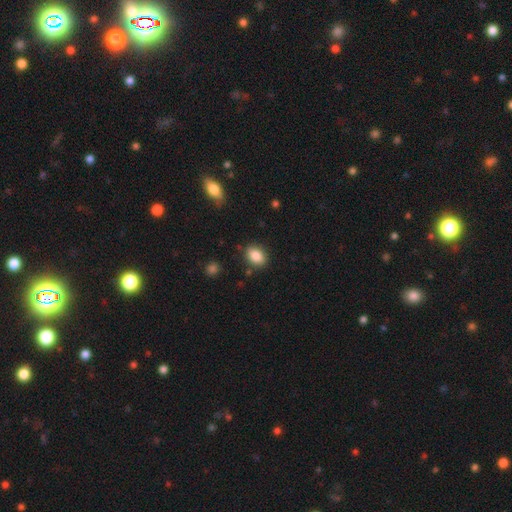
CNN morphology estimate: The model was most divided on "how rounded": in between: 73%, round: 26%, cigar-shaped: 1%. More confident: smooth or featured — smooth (87%); merging — none (84%).